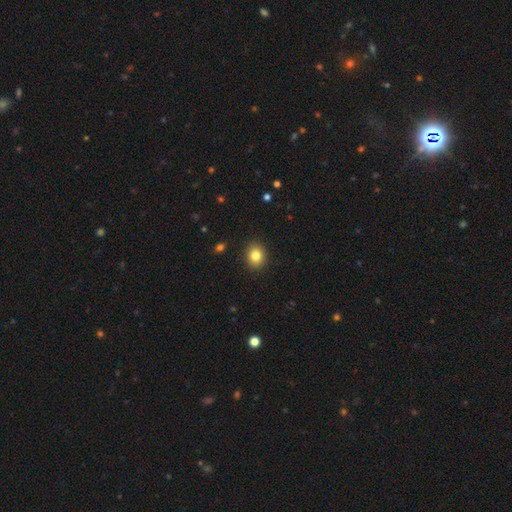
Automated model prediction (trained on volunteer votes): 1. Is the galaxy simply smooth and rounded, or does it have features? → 83% smooth, 10% star or artifact, 7% featured or disk.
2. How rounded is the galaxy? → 68% round, 31% in between, 1% cigar-shaped.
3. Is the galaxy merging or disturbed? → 90% none, 7% minor disturbance, 2% major disturbance, 1% merger.